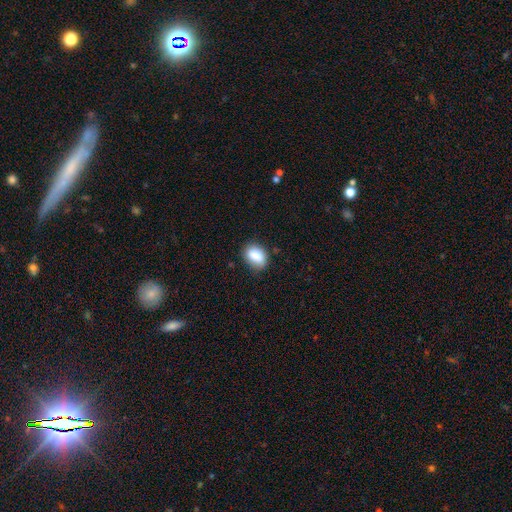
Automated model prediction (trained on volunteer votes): smooth 87%, star or artifact 8%, featured or disk 5%. Down the decision tree: how rounded — in between (76%); merging — none (78%).